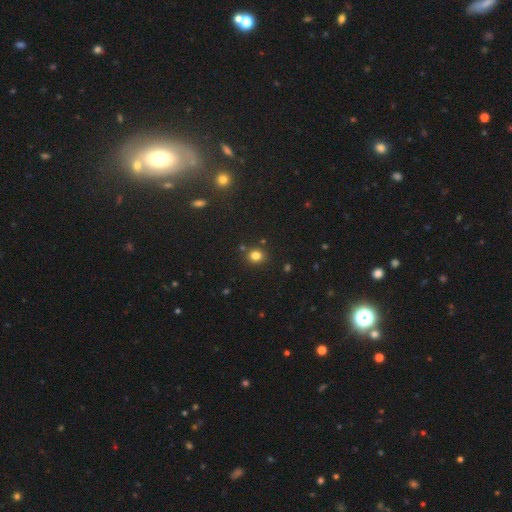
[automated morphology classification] Smooth or featured? smooth (80%)
How rounded? round (72%)
Merging? none (84%)